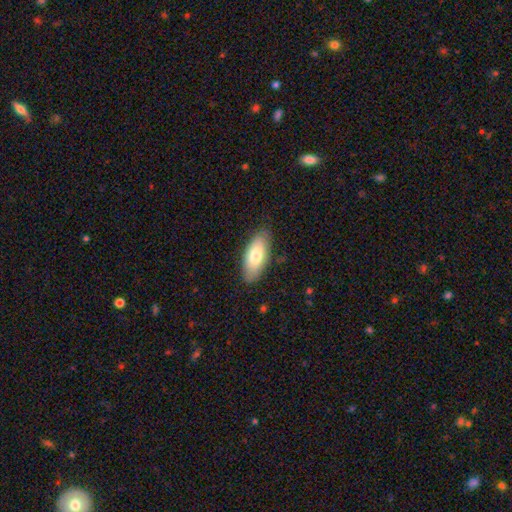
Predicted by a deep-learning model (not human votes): Smooth or featured?
  - smooth: 74% *
  - featured or disk: 20%
  - star or artifact: 6%
How rounded?
  - in between: 87% *
  - cigar-shaped: 11%
  - round: 2%
Merging?
  - none: 82% *
  - minor disturbance: 14%
  - major disturbance: 3%
  - merger: 1%